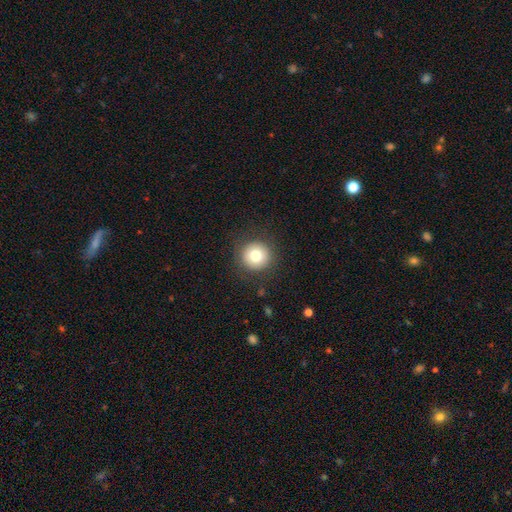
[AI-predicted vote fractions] Smooth or featured? Predicted: smooth (p=0.78). How rounded? Predicted: round (p=0.95). Merging? Predicted: none (p=0.90).